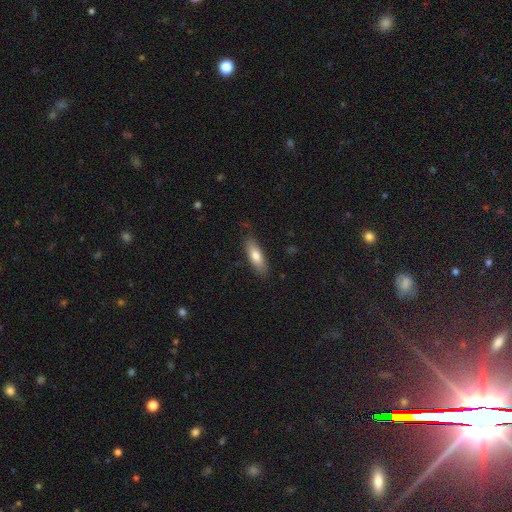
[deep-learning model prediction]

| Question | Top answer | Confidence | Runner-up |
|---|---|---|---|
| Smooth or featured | smooth | 75% | featured or disk (19%) |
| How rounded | in between | 54% | cigar-shaped (44%) |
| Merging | none | 84% | minor disturbance (12%) |